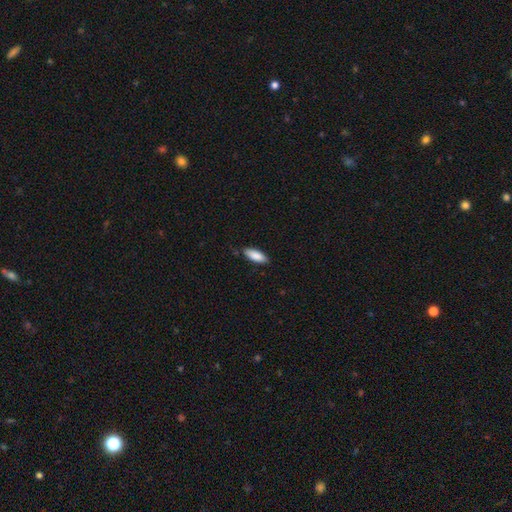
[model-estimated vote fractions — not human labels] A smooth galaxy with no disk features (87%) that is in between round and cigar-shaped (74%). Merging: none (83%).